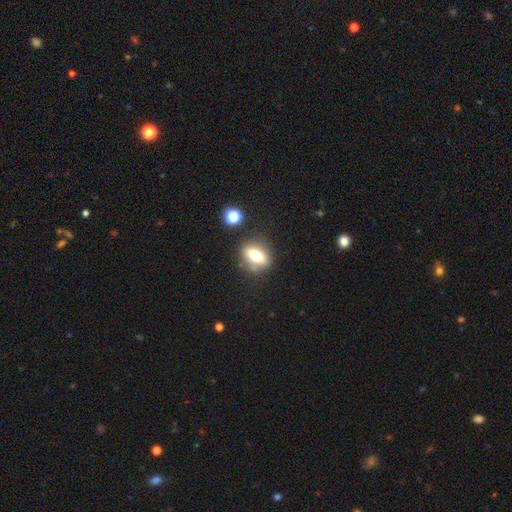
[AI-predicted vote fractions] Smooth or featured? smooth (59%)
How rounded? in between (61%)
Merging? none (80%)